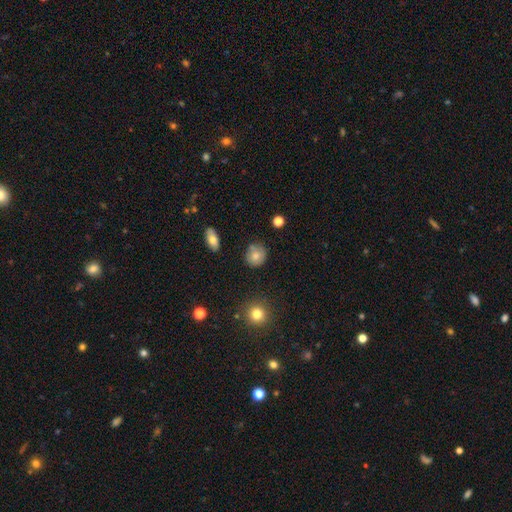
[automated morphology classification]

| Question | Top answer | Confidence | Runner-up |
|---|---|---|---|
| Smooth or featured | smooth | 76% | featured or disk (14%) |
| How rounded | round | 81% | in between (18%) |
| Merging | none | 70% | minor disturbance (21%) |